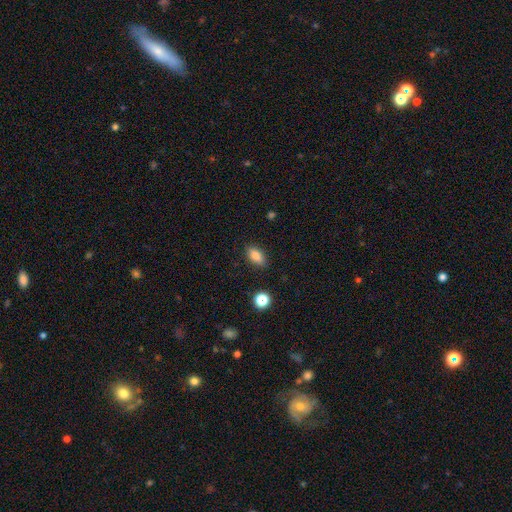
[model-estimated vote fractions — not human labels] This appears to be a smooth galaxy with no disk features (84%) that is in between round and cigar-shaped (88%). Merging: none (86%).